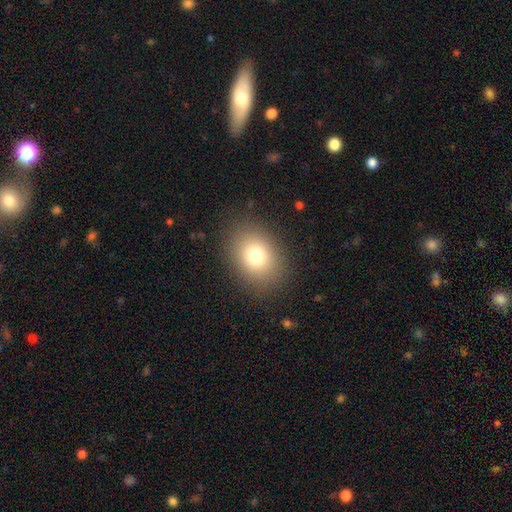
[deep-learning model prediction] smooth-or-featured: smooth: 76% | star or artifact: 13% | featured or disk: 11%
  how-rounded: in between: 58% | round: 41% | cigar-shaped: 1%
  merging: none: 86% | minor disturbance: 9% | major disturbance: 4% | merger: 1%